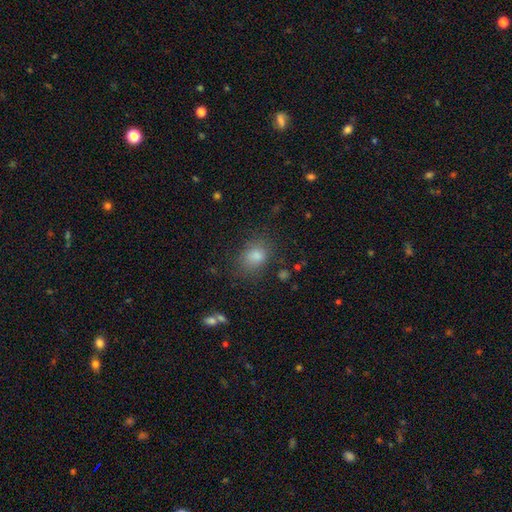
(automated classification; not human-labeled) Overall: smooth (80%). How rounded: in between (57%; round 42%). Merging: none (76%).